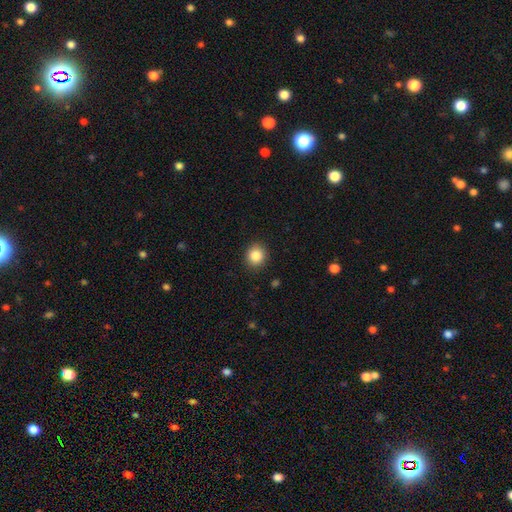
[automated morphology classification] Smooth or featured? smooth (86%)
How rounded? round (85%)
Merging? none (91%)